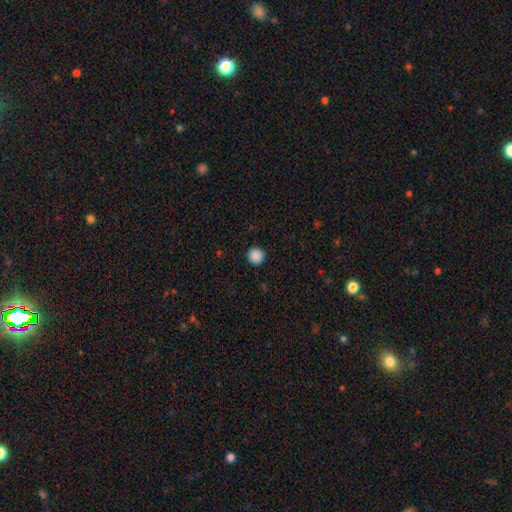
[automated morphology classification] This is clearly a smooth galaxy (88%). How rounded: clearly round (95%). Merging: clearly none (93%).